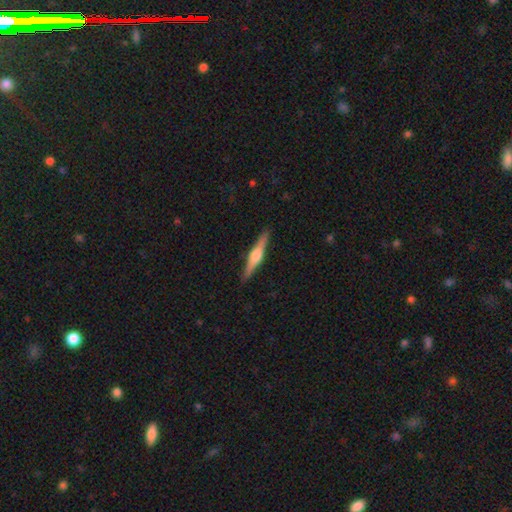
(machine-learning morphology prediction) Q: Smooth or featured?
A: featured or disk (69%); runner-up: smooth (26%)
Q: Edge-on disk?
A: yes (98%); runner-up: no (2%)
Q: Edge-on bulge?
A: rounded (88%); runner-up: boxy (8%)
Q: Merging?
A: none (91%); runner-up: minor disturbance (7%)